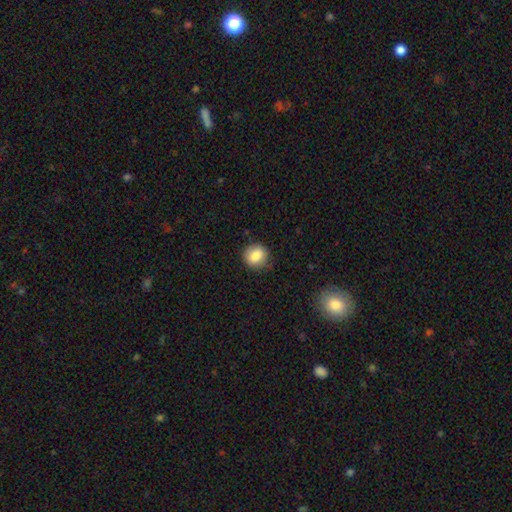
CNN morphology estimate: A smooth galaxy with no disk features (84%) that is round (81%).

Vote fractions:
- Smooth or featured? smooth: 84% / star or artifact: 8% / featured or disk: 7%
- How rounded? round: 81% / in between: 18% / cigar-shaped: 1%
- Merging? none: 82% / minor disturbance: 14% / major disturbance: 3% / merger: 1%